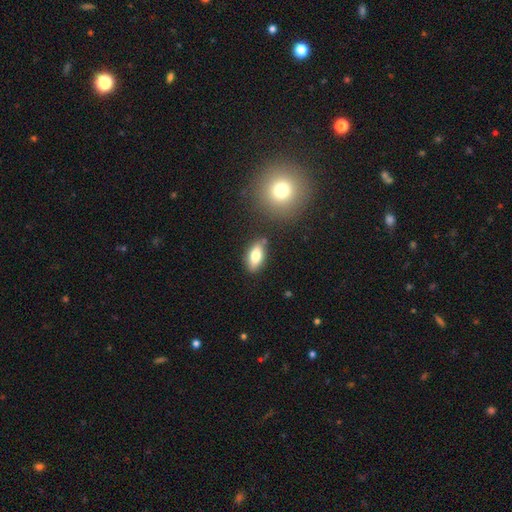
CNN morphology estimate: Smooth or featured?
  - smooth: 76% *
  - featured or disk: 17%
  - star or artifact: 8%
How rounded?
  - in between: 85% *
  - cigar-shaped: 10%
  - round: 4%
Merging?
  - none: 80% *
  - minor disturbance: 12%
  - merger: 5%
  - major disturbance: 3%